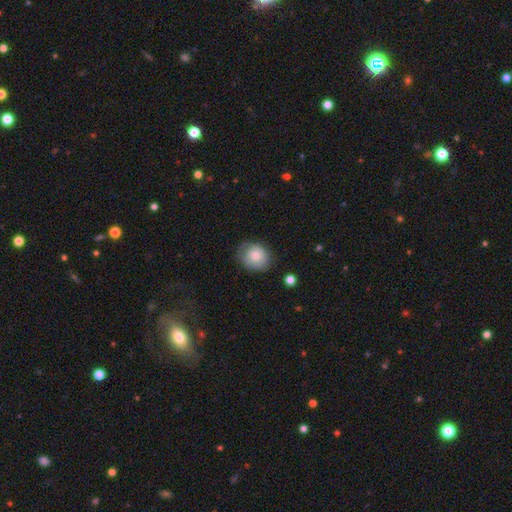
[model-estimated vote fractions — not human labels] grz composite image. It shows a smooth galaxy with no disk features (70%) that is round (67%). Merging: none (69%).